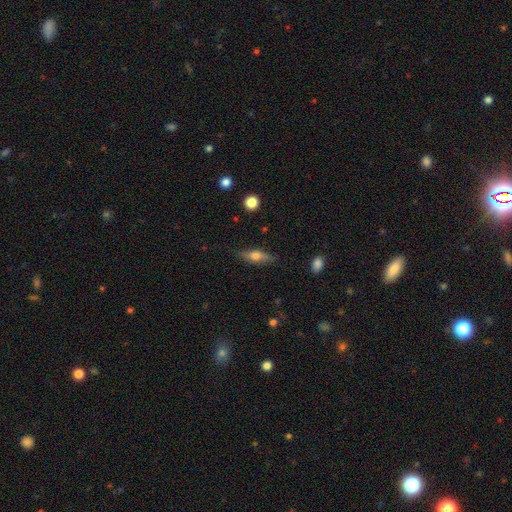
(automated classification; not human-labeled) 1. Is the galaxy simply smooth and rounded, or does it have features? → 47% featured or disk, 46% smooth, 7% star or artifact.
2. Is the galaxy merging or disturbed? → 82% none, 13% minor disturbance, 3% major disturbance, 1% merger.